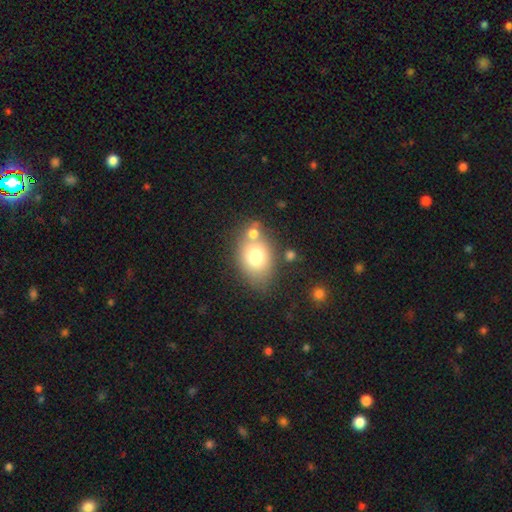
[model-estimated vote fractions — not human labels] Smooth or featured? smooth (74%)
How rounded? in between (70%)
Merging? none (58%)